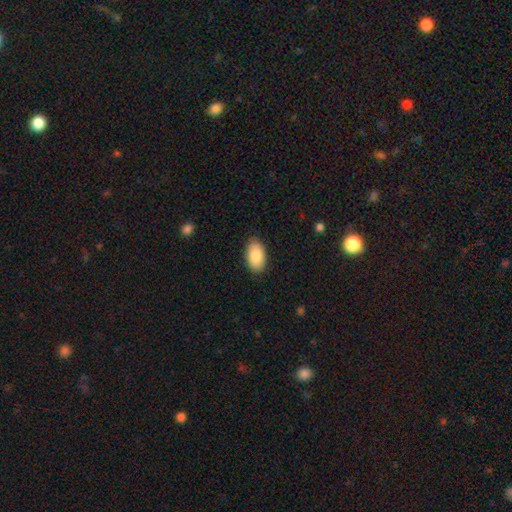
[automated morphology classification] Smooth or featured: smooth — 88% (star or artifact — 6%)
How rounded: in between — 95% (round — 4%)
Merging: none — 88% (minor disturbance — 9%)